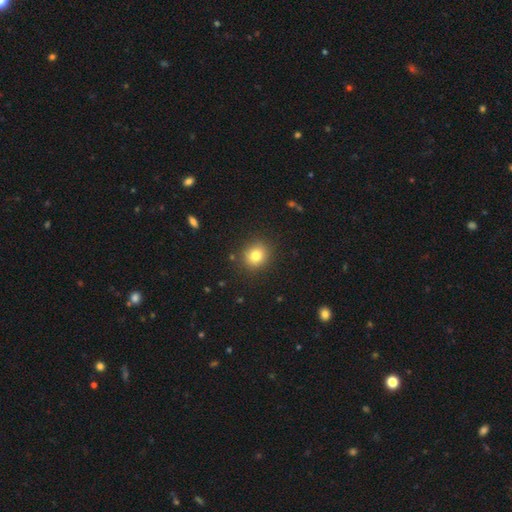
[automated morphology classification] Q: Smooth or featured?
A: smooth (80%); runner-up: star or artifact (12%)
Q: How rounded?
A: round (81%); runner-up: in between (18%)
Q: Merging?
A: none (88%); runner-up: minor disturbance (8%)